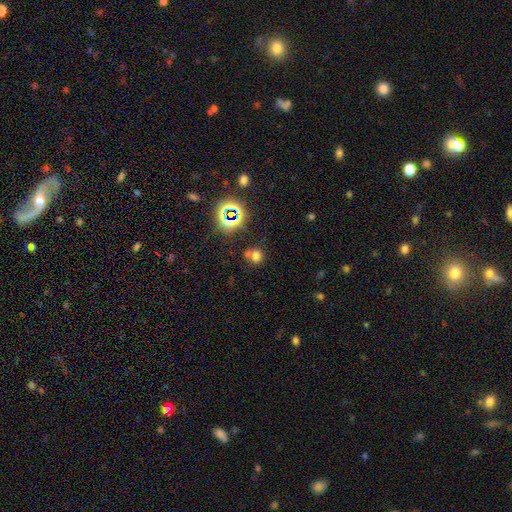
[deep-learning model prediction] A smooth galaxy with no disk features (64%) that is round (78%). Merging: none (57%).